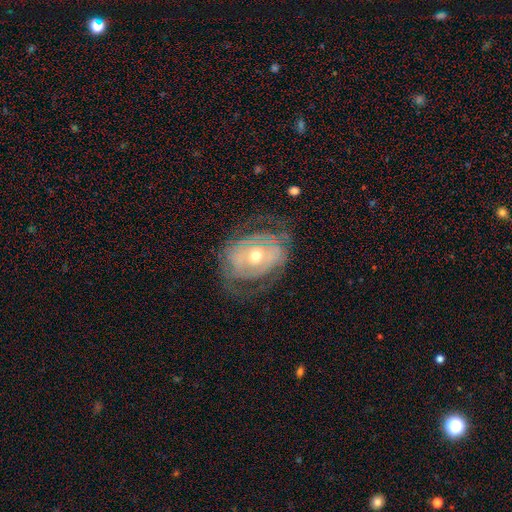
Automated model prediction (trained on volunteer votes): smooth_or_featured: featured or disk (p=0.74) [alt: smooth p=0.19]
disk_edge_on: no (p=0.95) [alt: yes p=0.05]
bar: no (p=0.59) [alt: weak p=0.27]
has_spiral_arms: yes (p=0.68) [alt: no p=0.32]
bulge_size: moderate (p=0.64) [alt: small p=0.30]
merging: none (p=0.63) [alt: minor disturbance p=0.19]